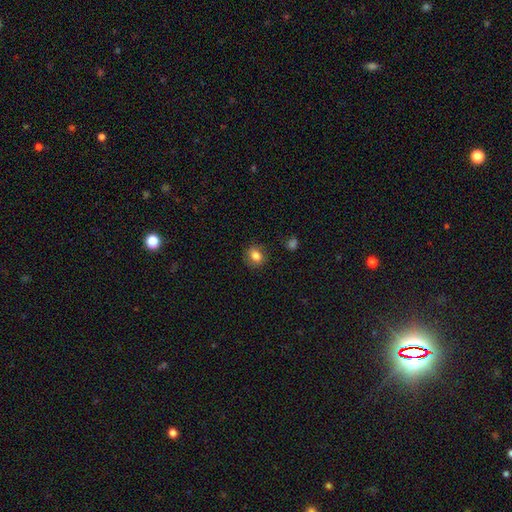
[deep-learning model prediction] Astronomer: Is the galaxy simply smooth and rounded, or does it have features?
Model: smooth — 81%.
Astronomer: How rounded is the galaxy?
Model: round — 65%.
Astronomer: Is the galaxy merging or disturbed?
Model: none — 84%.